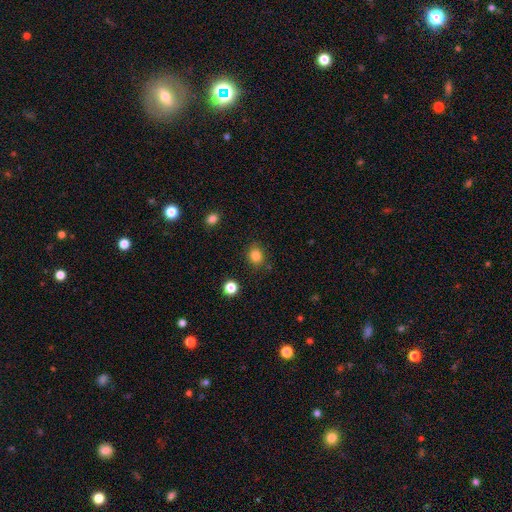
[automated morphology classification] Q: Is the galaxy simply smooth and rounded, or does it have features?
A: smooth — 84%.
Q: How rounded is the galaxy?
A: round — 69%.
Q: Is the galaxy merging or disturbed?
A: none — 84%.